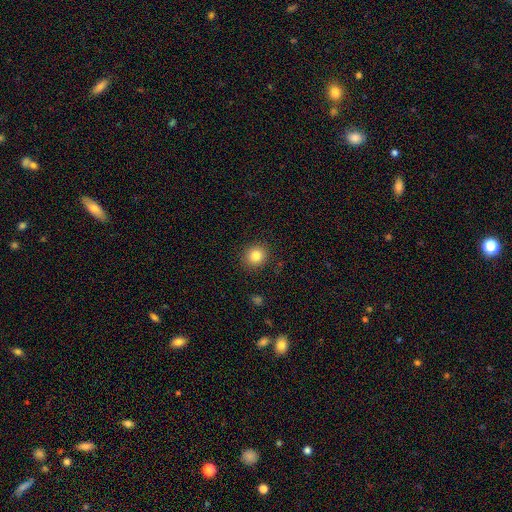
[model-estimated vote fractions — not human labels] Overall: smooth (83%). How rounded: round (82%). Merging: none (90%).